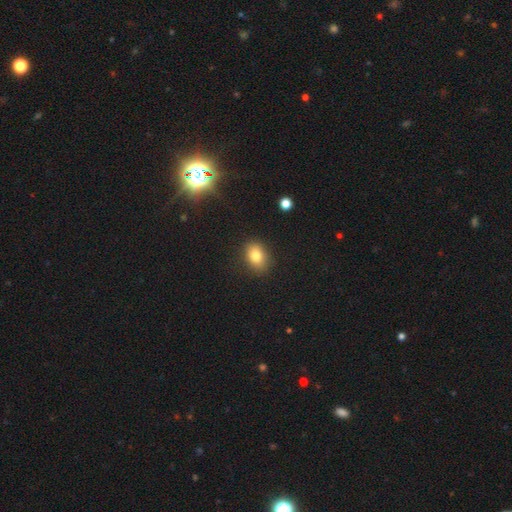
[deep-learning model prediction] Smooth or featured?
  - smooth: 81% *
  - star or artifact: 11%
  - featured or disk: 9%
How rounded?
  - in between: 65% *
  - round: 34%
  - cigar-shaped: 1%
Merging?
  - none: 86% *
  - minor disturbance: 10%
  - major disturbance: 3%
  - merger: 1%